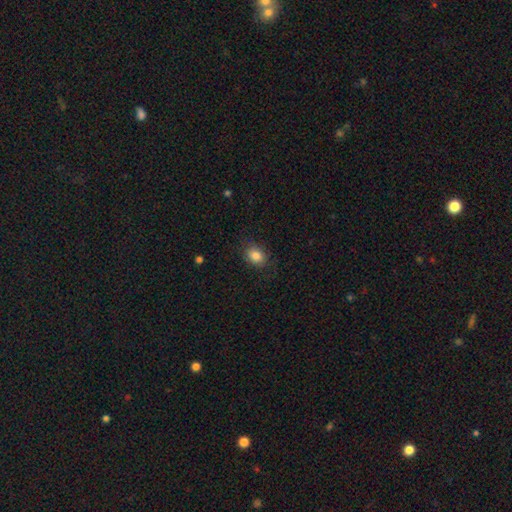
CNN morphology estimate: Smooth or featured?
  - smooth: 85% *
  - star or artifact: 9%
  - featured or disk: 6%
How rounded?
  - in between: 63% *
  - round: 36%
  - cigar-shaped: 1%
Merging?
  - none: 80% *
  - minor disturbance: 15%
  - major disturbance: 4%
  - merger: 1%